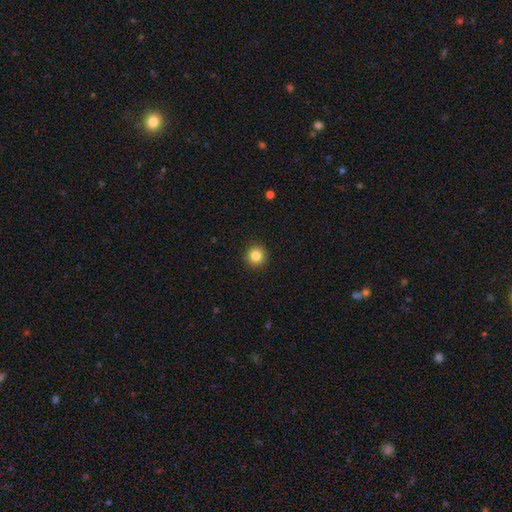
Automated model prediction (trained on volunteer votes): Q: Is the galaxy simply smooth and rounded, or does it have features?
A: smooth — 83%.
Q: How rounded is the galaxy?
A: round — 94%.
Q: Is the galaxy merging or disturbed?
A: none — 92%.